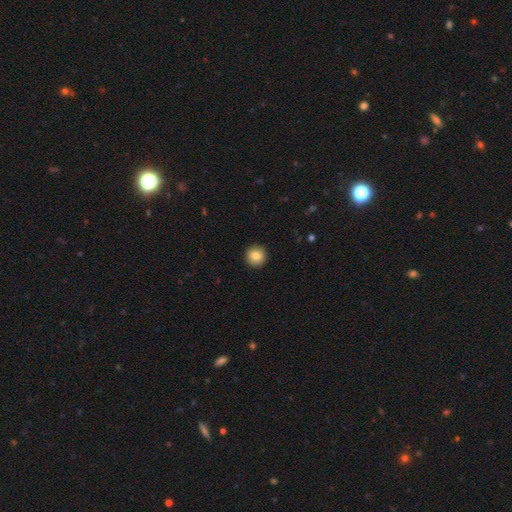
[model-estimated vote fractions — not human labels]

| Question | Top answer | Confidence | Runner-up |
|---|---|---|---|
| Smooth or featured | smooth | 85% | star or artifact (9%) |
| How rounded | round | 95% | in between (4%) |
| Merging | none | 93% | minor disturbance (4%) |